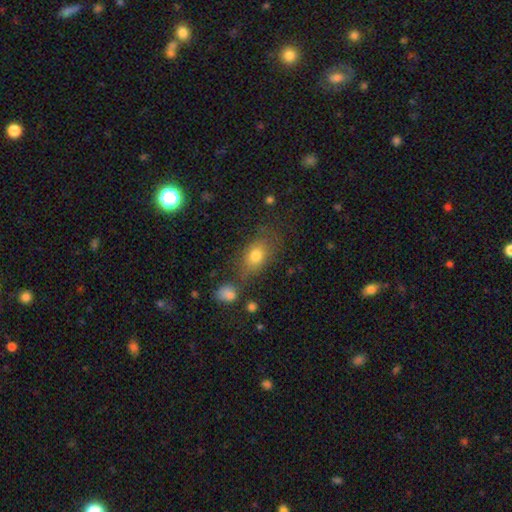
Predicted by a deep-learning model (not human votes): A smooth galaxy with no disk features (76%) that is in between round and cigar-shaped (74%). Merging: none (66%).